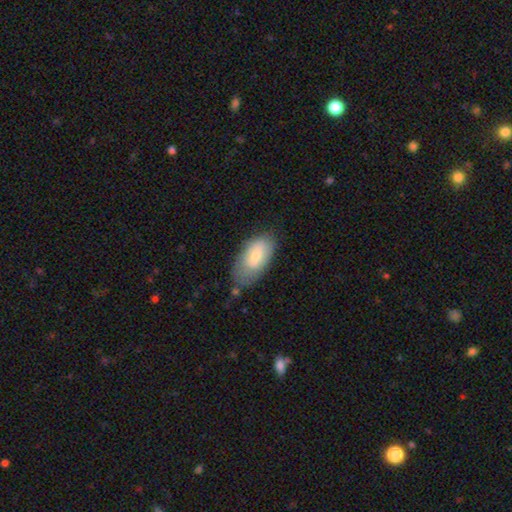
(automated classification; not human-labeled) Overall: smooth (70%). How rounded: in between (93%). Merging: none (60%; minor disturbance 28%).